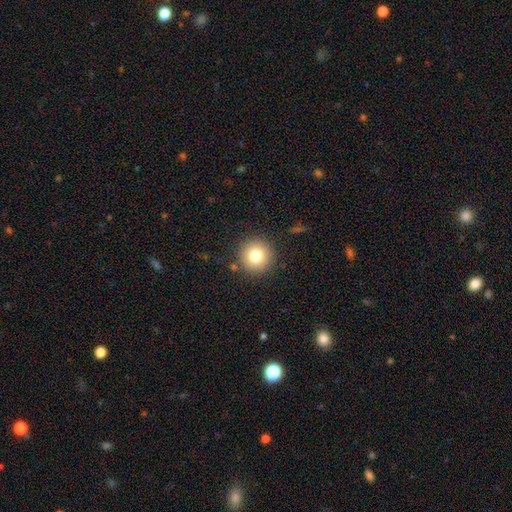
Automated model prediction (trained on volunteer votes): This appears to be a smooth galaxy with no disk features (79%) that is round (96%). Merging: none (89%).